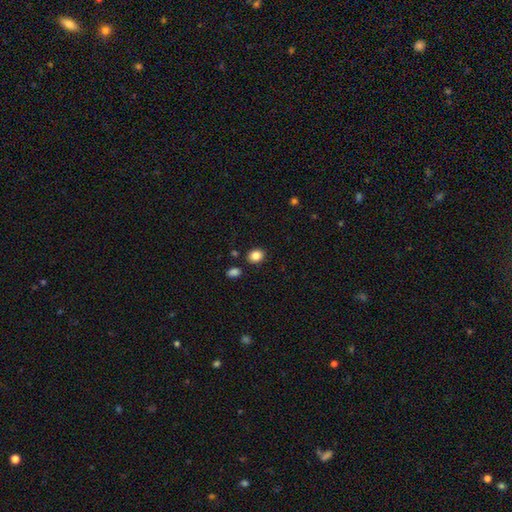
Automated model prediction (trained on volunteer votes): A smooth galaxy with no disk features (85%) that is round (53%).

Vote fractions:
- Smooth or featured? smooth: 85% / star or artifact: 10% / featured or disk: 5%
- How rounded? round: 53% / in between: 46% / cigar-shaped: 1%
- Merging? none: 86% / minor disturbance: 8% / merger: 4% / major disturbance: 2%